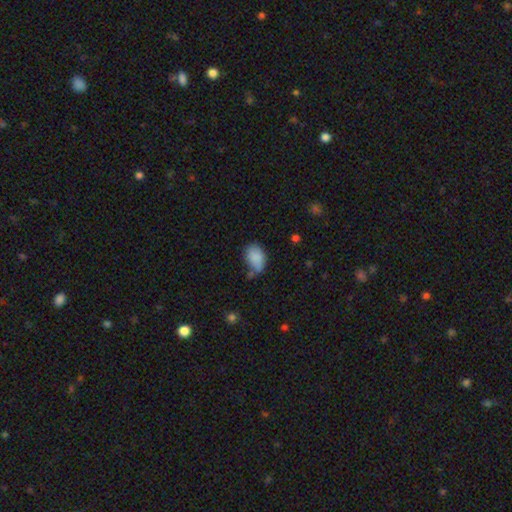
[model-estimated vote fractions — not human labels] Overall: smooth (84%). How rounded: in between (82%). Merging: none (45%; minor disturbance 33%).